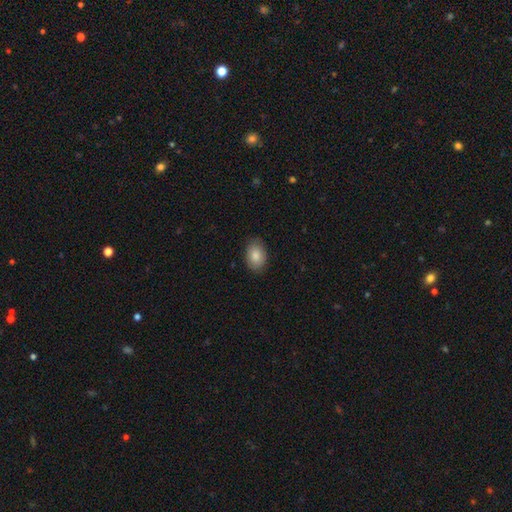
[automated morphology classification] This is clearly a smooth galaxy (86%). How rounded: clearly in between (86%). Merging: clearly none (85%).